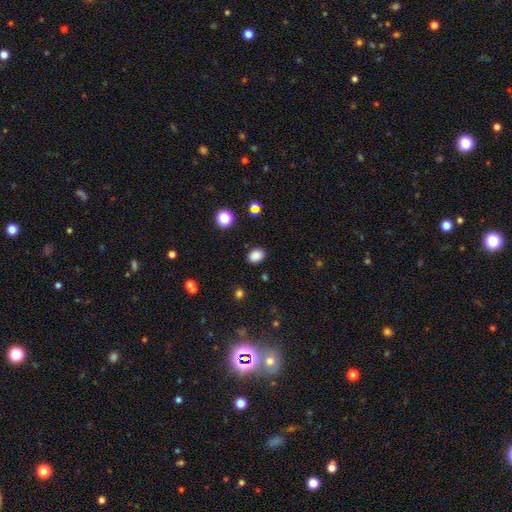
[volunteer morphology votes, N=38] smooth-or-featured: smooth: 89% | featured or disk: 5% | star or artifact: 5%
  how-rounded: in between: 71% | round: 29% | cigar-shaped: 0%
  merging: none: 92% | major disturbance: 6% | merger: 3% | minor disturbance: 0%